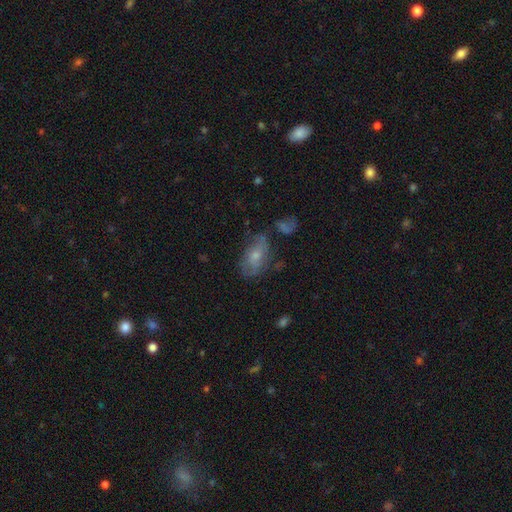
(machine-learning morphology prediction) smooth-or-featured: smooth: 50% | featured or disk: 40% | star or artifact: 10%
  merging: none: 47% | minor disturbance: 28% | major disturbance: 18% | merger: 7%